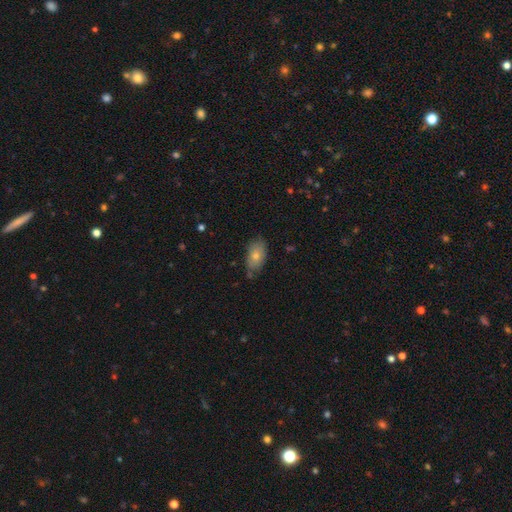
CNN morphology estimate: Overall: smooth (70%). How rounded: in between (89%). Merging: none (76%).